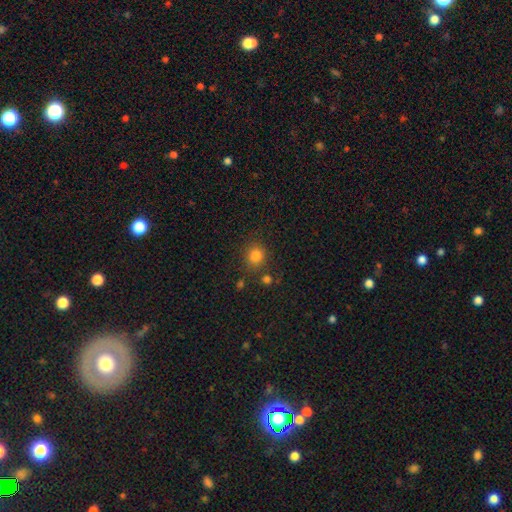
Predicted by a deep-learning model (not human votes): Morphology: type=smooth (82%); roundness=round (84%); merging=none (79%).